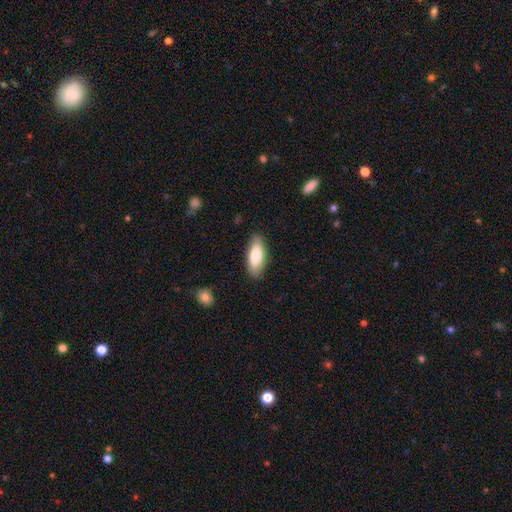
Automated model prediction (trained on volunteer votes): Smooth or featured?
  - smooth: 79% *
  - featured or disk: 15%
  - star or artifact: 6%
How rounded?
  - in between: 79% *
  - cigar-shaped: 19%
  - round: 2%
Merging?
  - none: 86% *
  - minor disturbance: 11%
  - major disturbance: 2%
  - merger: 1%